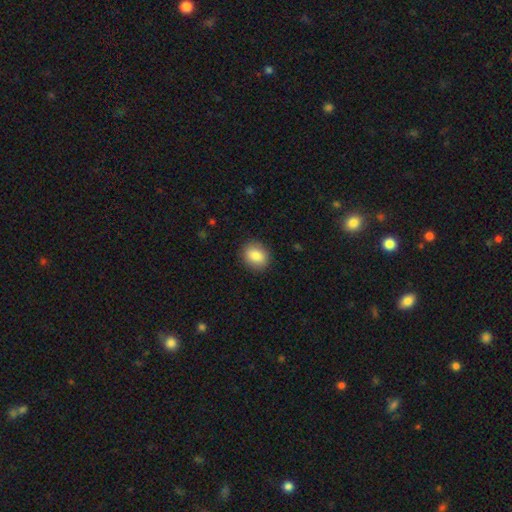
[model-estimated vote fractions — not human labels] smooth-or-featured: smooth: 84% | star or artifact: 8% | featured or disk: 8%
  how-rounded: round: 51% | in between: 48% | cigar-shaped: 1%
  merging: none: 88% | minor disturbance: 8% | major disturbance: 2% | merger: 1%